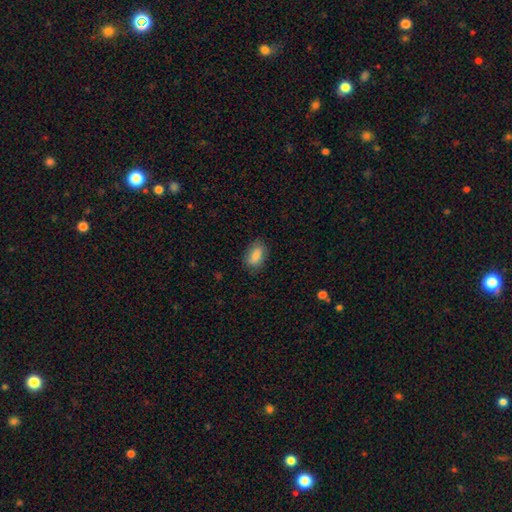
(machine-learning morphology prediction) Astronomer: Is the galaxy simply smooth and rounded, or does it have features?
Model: smooth — 84%.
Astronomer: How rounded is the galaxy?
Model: in between — 88%.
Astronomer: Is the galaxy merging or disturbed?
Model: none — 79%.